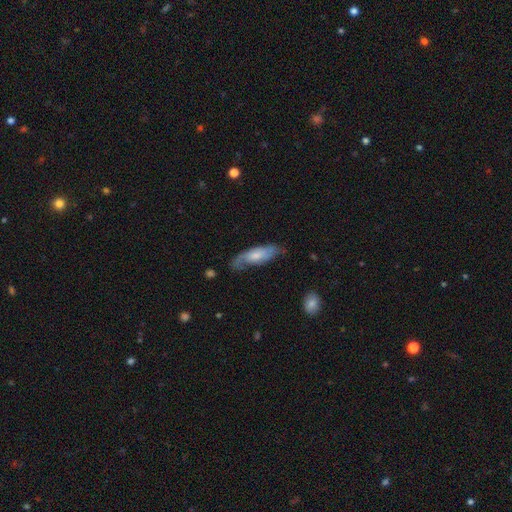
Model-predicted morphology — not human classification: A featured or disk galaxy (54%). Merging: none (67%).